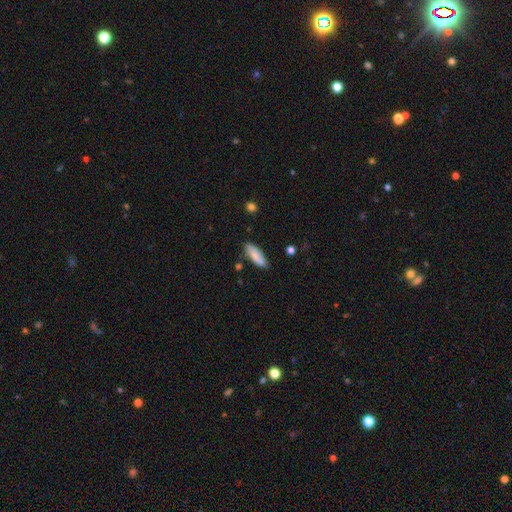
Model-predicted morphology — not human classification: The model was most divided on "how rounded": in between: 61%, cigar-shaped: 37%, round: 2%. More confident: smooth or featured — smooth (84%); merging — none (81%).